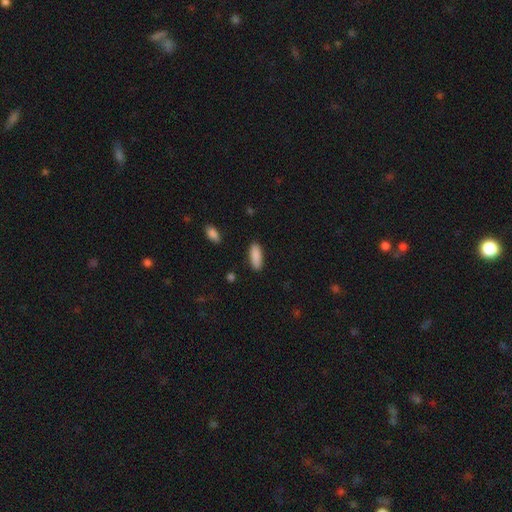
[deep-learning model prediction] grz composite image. It shows a smooth galaxy with no disk features (89%) that is in between round and cigar-shaped (69%). Merging: none (88%).